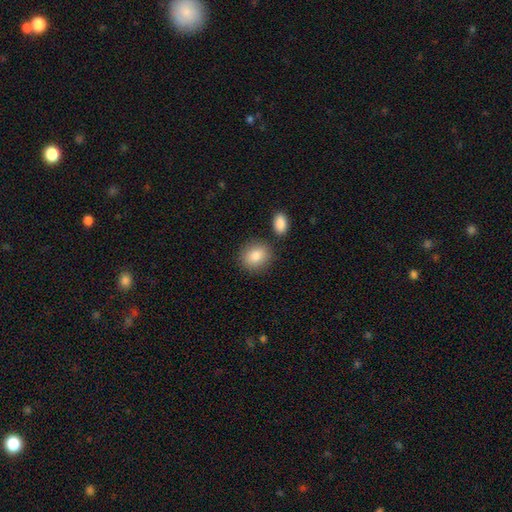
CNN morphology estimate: Smooth or featured? smooth (85%)
How rounded? round (68%)
Merging? none (79%)